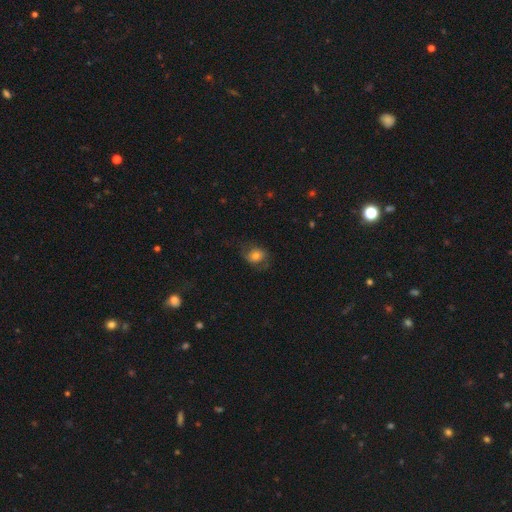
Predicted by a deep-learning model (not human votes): smooth-or-featured: smooth: 60% | featured or disk: 30% | star or artifact: 10%
  how-rounded: round: 51% | in between: 48% | cigar-shaped: 1%
  merging: none: 61% | minor disturbance: 22% | major disturbance: 16% | merger: 1%